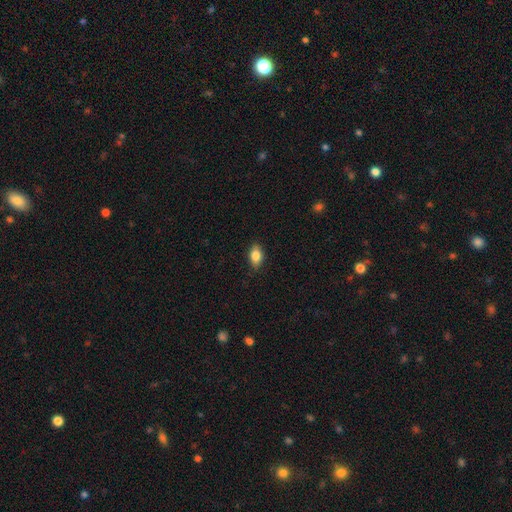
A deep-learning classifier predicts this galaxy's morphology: Overall: smooth (82%). How rounded: in between (86%). Merging: none (85%).